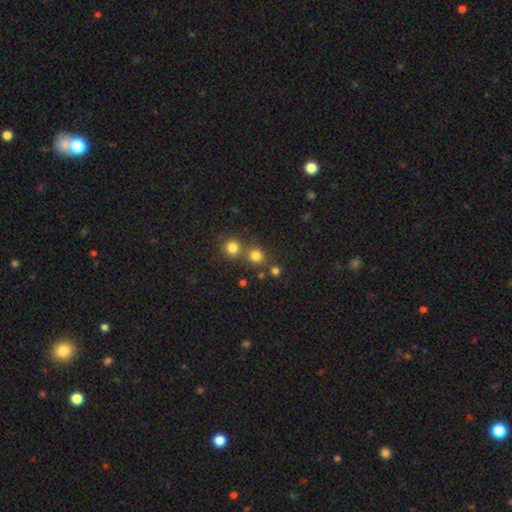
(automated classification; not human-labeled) smooth-or-featured: smooth: 77% | star or artifact: 16% | featured or disk: 7%
  how-rounded: round: 88% | in between: 11% | cigar-shaped: 1%
  merging: none: 64% | merger: 26% | minor disturbance: 7% | major disturbance: 3%